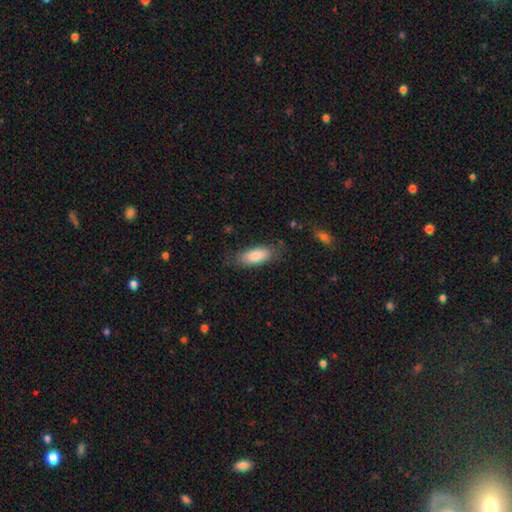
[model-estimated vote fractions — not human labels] Morphology: type=smooth (84%); roundness=in between (79%); merging=none (75%).